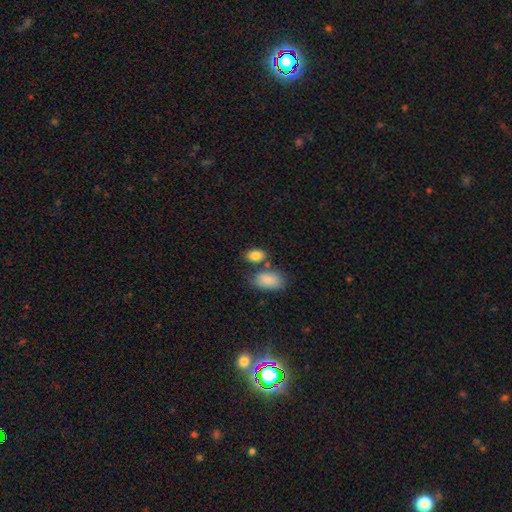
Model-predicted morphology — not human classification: Smooth or featured? smooth (86%)
How rounded? in between (86%)
Merging? none (59%)